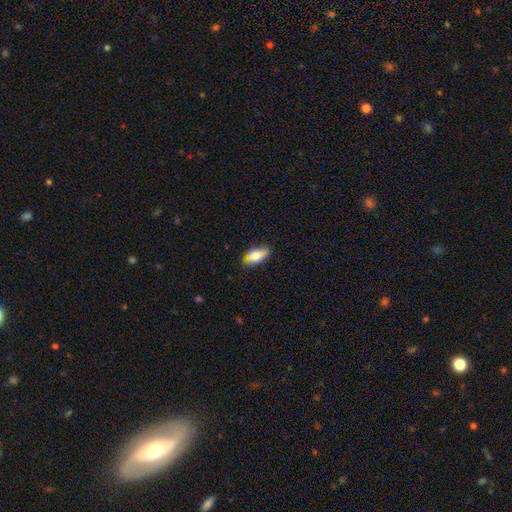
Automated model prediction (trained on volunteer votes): Smooth or featured? smooth (80%)
How rounded? in between (90%)
Merging? none (74%)